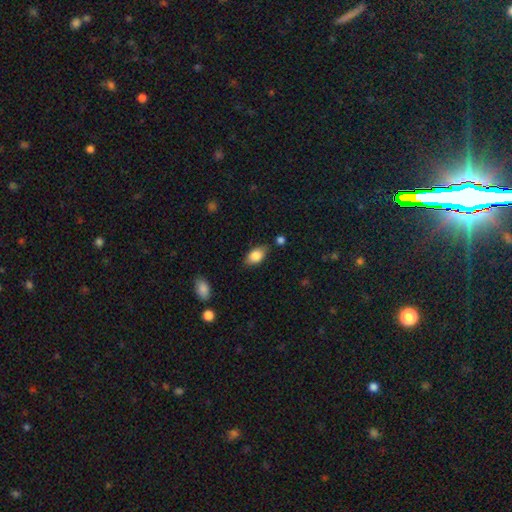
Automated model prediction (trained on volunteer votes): Smooth or featured? smooth (82%)
How rounded? in between (90%)
Merging? none (77%)